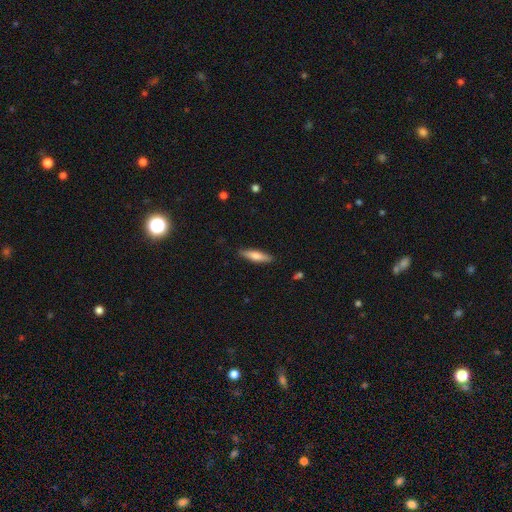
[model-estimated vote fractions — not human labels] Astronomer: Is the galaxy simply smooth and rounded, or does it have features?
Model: smooth — 67%.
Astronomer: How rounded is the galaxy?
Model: cigar-shaped — 74%.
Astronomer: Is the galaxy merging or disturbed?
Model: none — 89%.